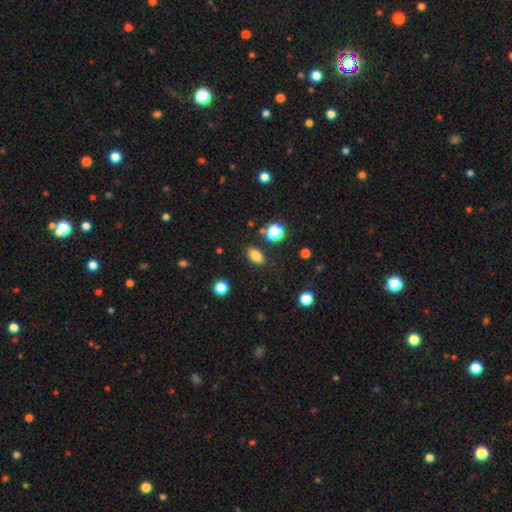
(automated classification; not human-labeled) A smooth galaxy with no disk features (81%) that is in between round and cigar-shaped (85%). Merging: none (86%).